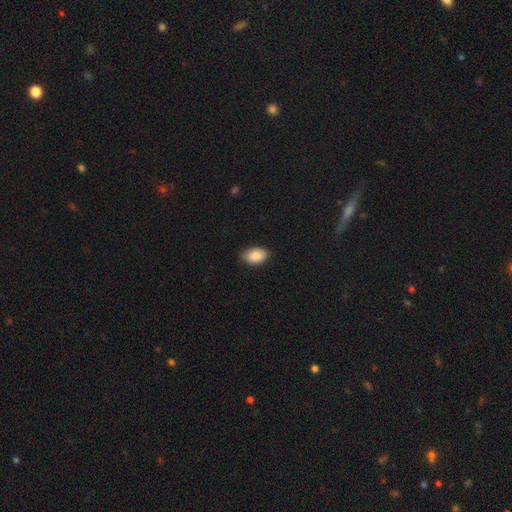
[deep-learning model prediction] This appears to be a smooth galaxy with no disk features (88%) that is in between round and cigar-shaped (90%). Merging: none (80%).